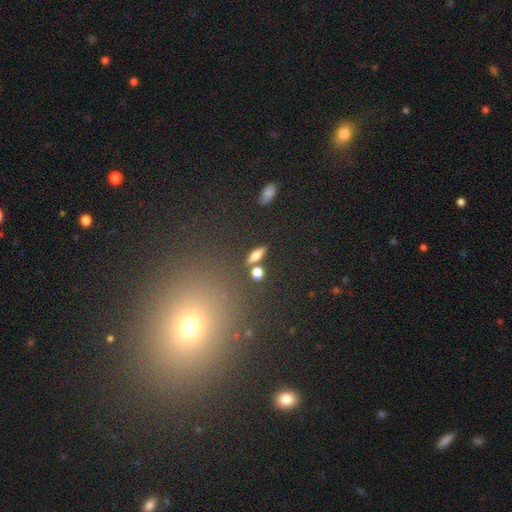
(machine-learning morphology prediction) Q: Smooth or featured?
A: smooth (60%); runner-up: featured or disk (28%)
Q: How rounded?
A: in between (46%); tied with: cigar-shaped (46%)
Q: Merging?
A: none (81%); runner-up: minor disturbance (10%)